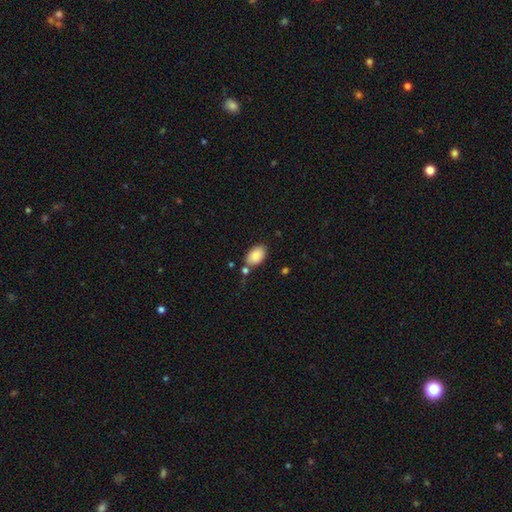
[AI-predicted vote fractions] Smooth or featured: smooth — 86% (featured or disk — 7%)
How rounded: in between — 91% (round — 8%)
Merging: none — 74% (minor disturbance — 14%)